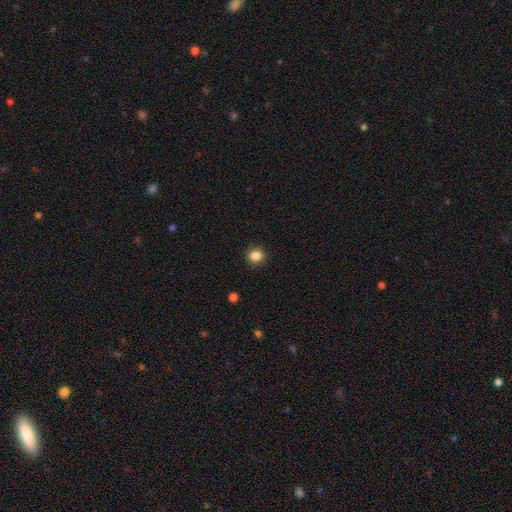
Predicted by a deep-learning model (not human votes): smooth_or_featured: smooth (p=0.86) [alt: star or artifact p=0.10]
how_rounded: round (p=0.83) [alt: in between p=0.16]
merging: none (p=0.91) [alt: minor disturbance p=0.06]